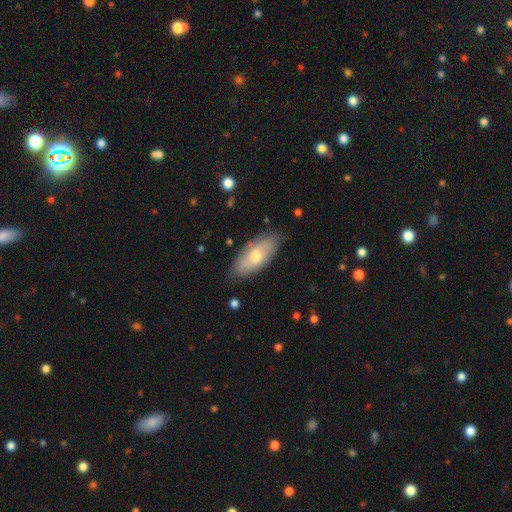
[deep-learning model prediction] This is likely a smooth galaxy (61%). How rounded: clearly in between (87%). Merging: clearly none (81%).